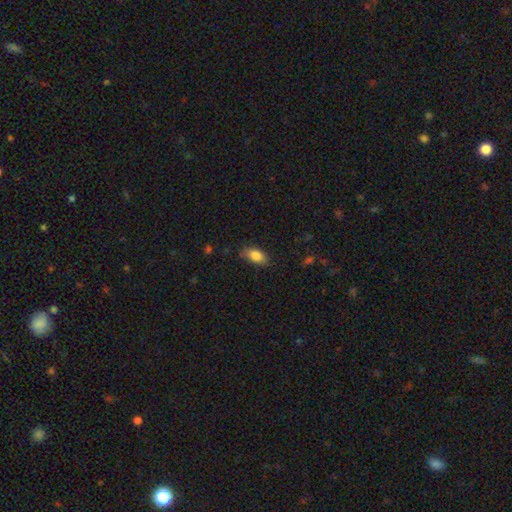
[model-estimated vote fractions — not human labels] The model was most divided on "merging": none: 76%, minor disturbance: 19%, major disturbance: 4%, merger: 1%. More confident: how rounded — in between (89%); smooth or featured — smooth (85%).